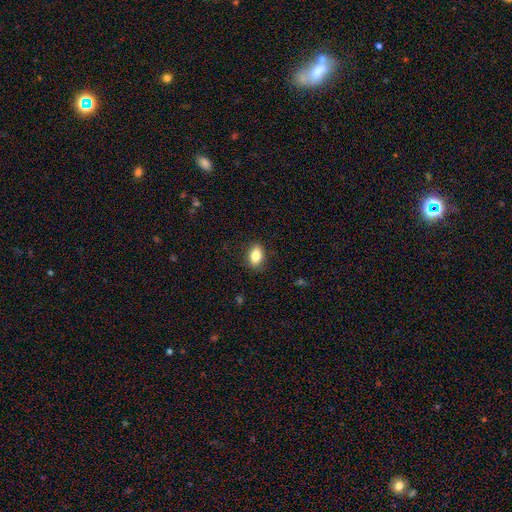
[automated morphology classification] Overall: smooth (83%). How rounded: in between (85%). Merging: none (87%).